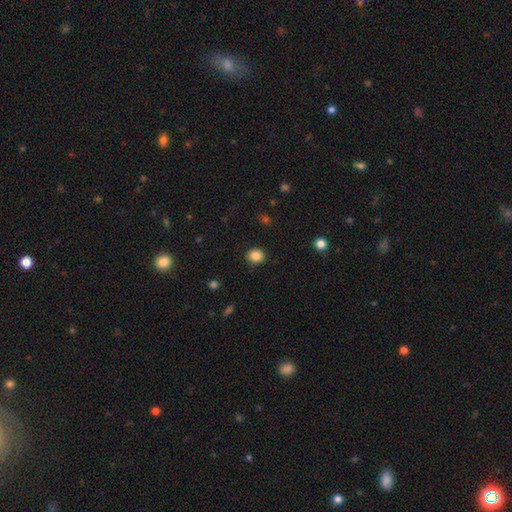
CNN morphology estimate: Q: Smooth or featured?
A: smooth (86%); runner-up: star or artifact (10%)
Q: How rounded?
A: round (75%); runner-up: in between (24%)
Q: Merging?
A: none (90%); runner-up: minor disturbance (7%)